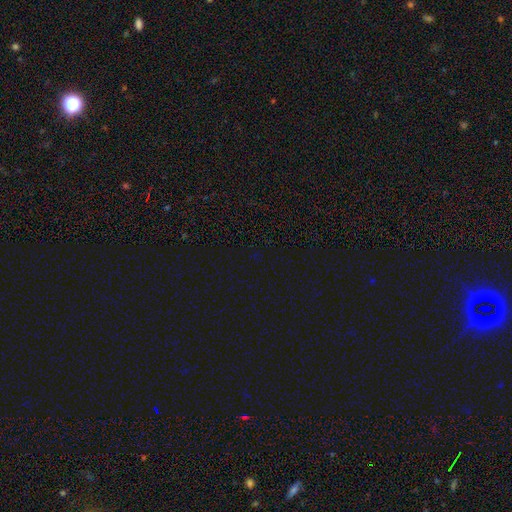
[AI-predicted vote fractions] Smooth or featured? Predicted: star or artifact (p=0.73).